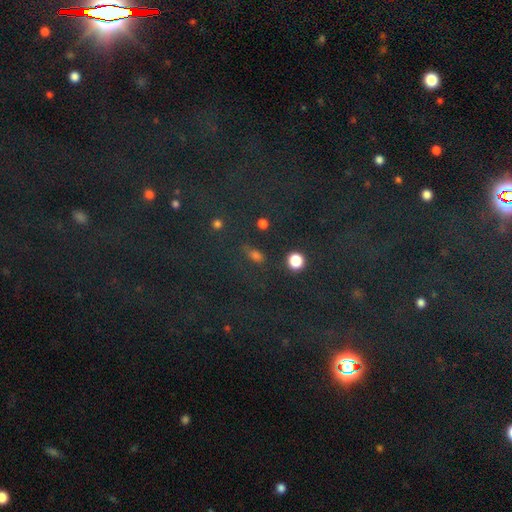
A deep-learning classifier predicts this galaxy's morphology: Smooth or featured? star or artifact (65%)